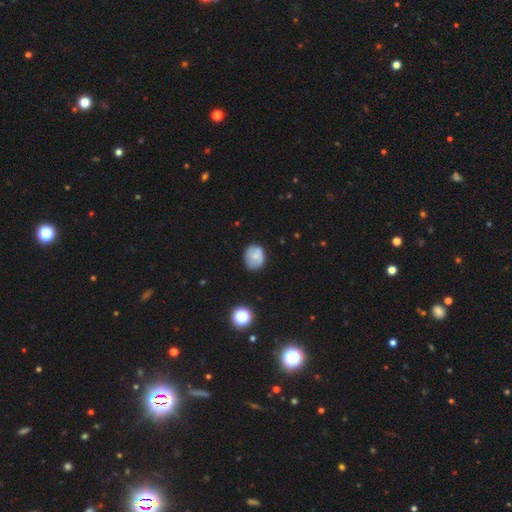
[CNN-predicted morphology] smooth_or_featured: smooth (p=0.66) [alt: featured or disk p=0.24]
how_rounded: round (p=0.54) [alt: in between p=0.45]
merging: none (p=0.65) [alt: minor disturbance p=0.25]